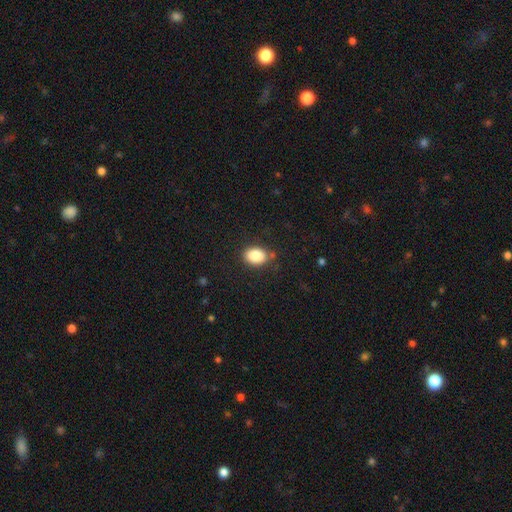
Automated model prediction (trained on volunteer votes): A smooth galaxy with no disk features (86%) that is in between round and cigar-shaped (73%). Merging: none (83%).